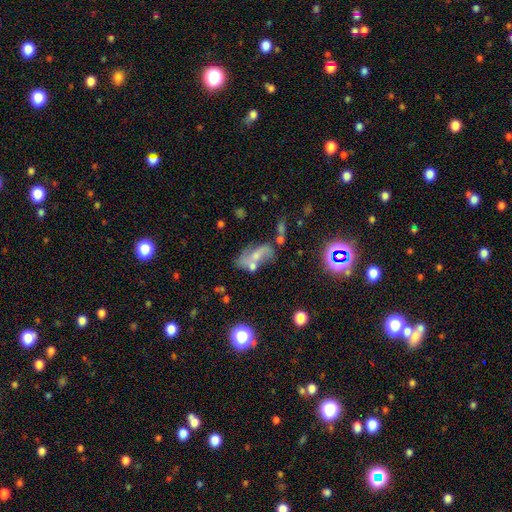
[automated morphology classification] Smooth or featured? featured or disk (48%)
Merging? none (34%, tied with merger)